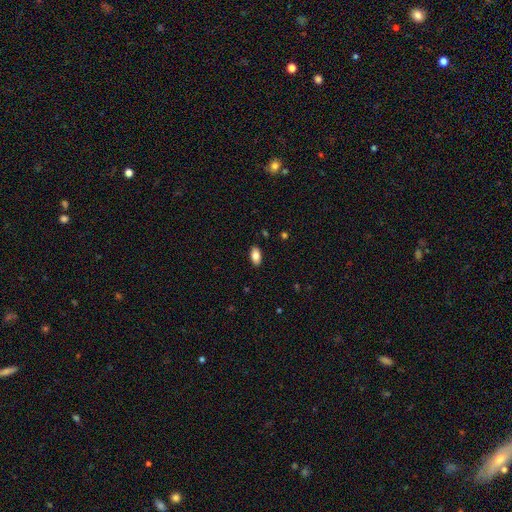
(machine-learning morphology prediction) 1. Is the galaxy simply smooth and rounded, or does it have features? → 85% smooth, 8% star or artifact, 7% featured or disk.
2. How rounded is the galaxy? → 93% in between, 4% round, 4% cigar-shaped.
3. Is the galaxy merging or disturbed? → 89% none, 9% minor disturbance, 2% major disturbance, 1% merger.